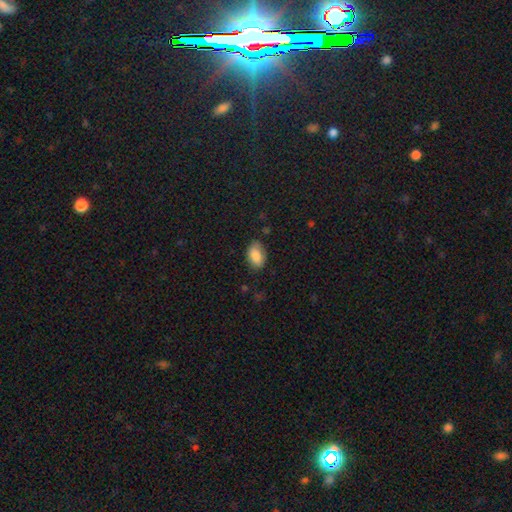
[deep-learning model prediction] A smooth galaxy with no disk features (86%) that is in between round and cigar-shaped (89%).

Vote fractions:
- Smooth or featured? smooth: 86% / featured or disk: 7% / star or artifact: 7%
- How rounded? in between: 89% / round: 9% / cigar-shaped: 1%
- Merging? none: 73% / minor disturbance: 21% / major disturbance: 4% / merger: 2%